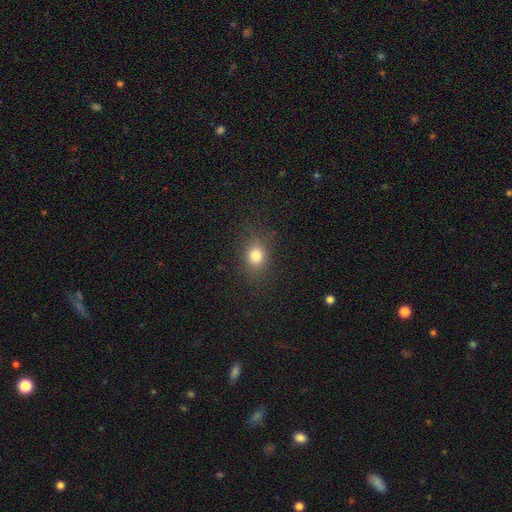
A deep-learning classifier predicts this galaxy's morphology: This is likely a smooth galaxy (79%). How rounded: possibly round (56%). Merging: clearly none (83%).